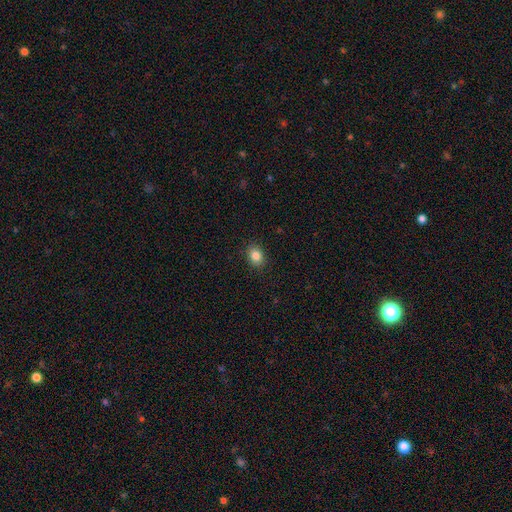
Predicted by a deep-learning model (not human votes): Smooth or featured?
  - smooth: 85% *
  - star or artifact: 10%
  - featured or disk: 6%
How rounded?
  - in between: 57% *
  - round: 42%
  - cigar-shaped: 1%
Merging?
  - none: 89% *
  - minor disturbance: 8%
  - major disturbance: 2%
  - merger: 1%